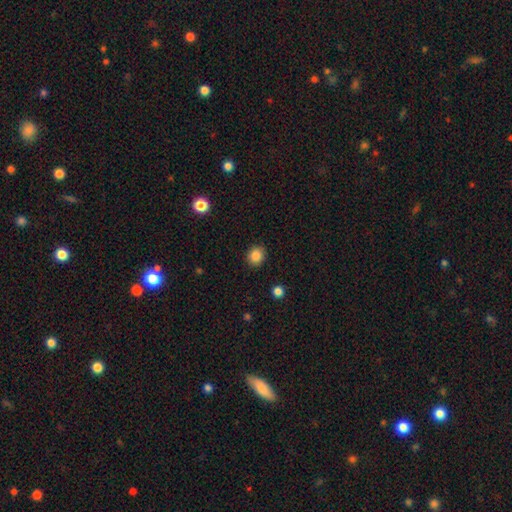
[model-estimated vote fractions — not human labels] smooth 86%, star or artifact 10%, featured or disk 4%. Down the decision tree: how rounded — round (80%); merging — none (90%).